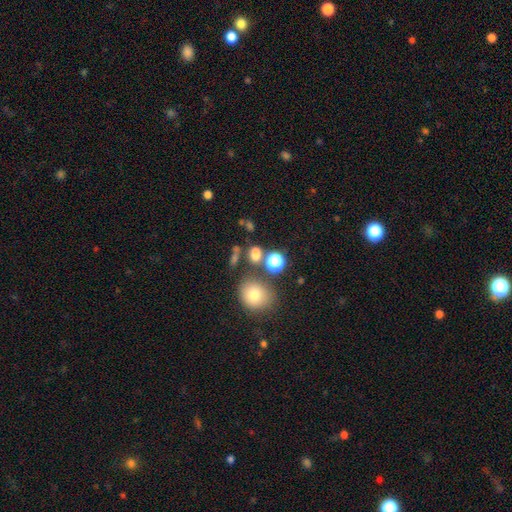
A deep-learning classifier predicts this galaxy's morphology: Smooth or featured: smooth — 70% (star or artifact — 20%)
How rounded: round — 48% (tied with in between — 48%)
Merging: none — 62% (merger — 20%)